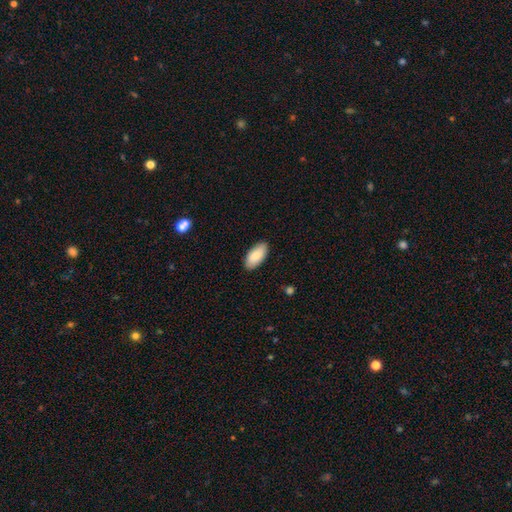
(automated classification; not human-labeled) smooth 85%, featured or disk 9%, star or artifact 6%. Down the decision tree: how rounded — in between (94%); merging — none (87%).